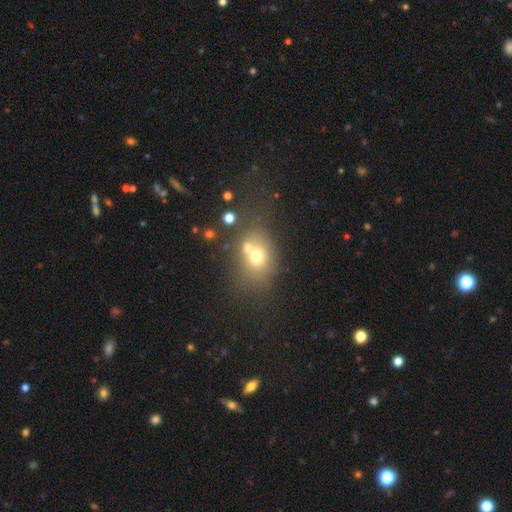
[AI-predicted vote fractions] This is likely a smooth galaxy (63%). How rounded: possibly in between (53%). Merging: marginally merger (41%).